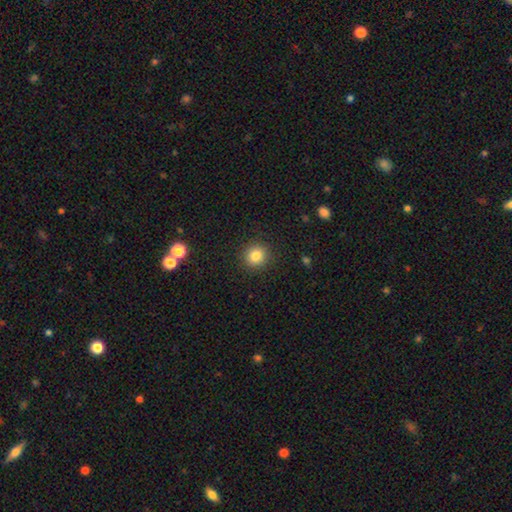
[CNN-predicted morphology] The model was most divided on "smooth or featured": smooth: 83%, star or artifact: 11%, featured or disk: 6%. More confident: merging — none (90%); how rounded — round (88%).